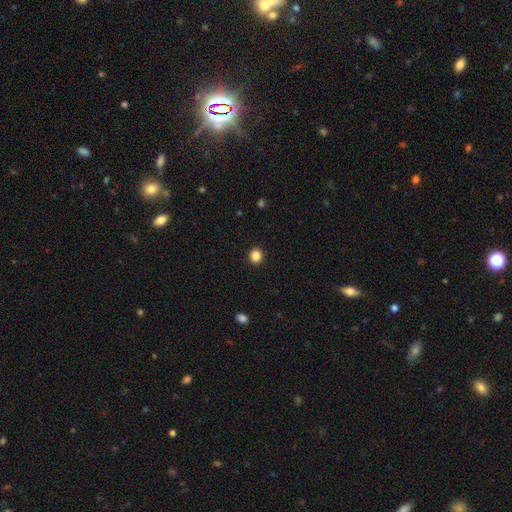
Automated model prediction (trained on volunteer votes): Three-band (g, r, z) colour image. It shows a smooth galaxy with no disk features (86%) that is round (85%). Merging: none (93%).